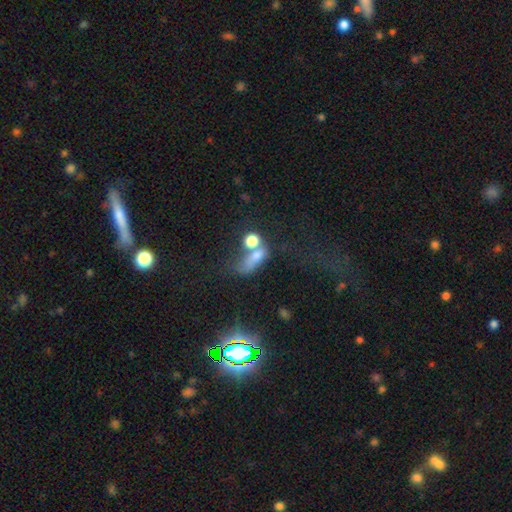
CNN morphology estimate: smooth-or-featured: smooth: 62% | star or artifact: 20% | featured or disk: 18%
  how-rounded: in between: 55% | round: 33% | cigar-shaped: 12%
  merging: merger: 44% | none: 25% | major disturbance: 18% | minor disturbance: 12%